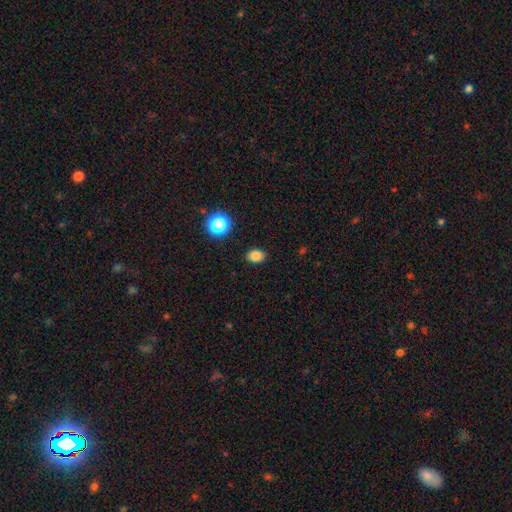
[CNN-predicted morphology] smooth_or_featured: smooth (p=0.82) [alt: star or artifact p=0.13]
how_rounded: in between (p=0.67) [alt: round p=0.32]
merging: none (p=0.88) [alt: minor disturbance p=0.08]